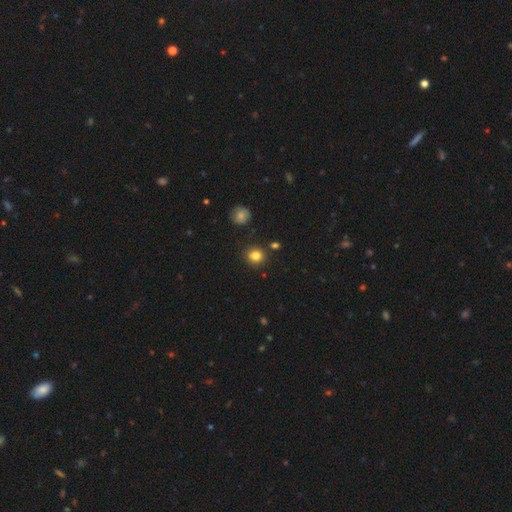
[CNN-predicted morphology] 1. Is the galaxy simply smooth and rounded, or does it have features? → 82% smooth, 12% star or artifact, 6% featured or disk.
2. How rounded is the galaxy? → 87% round, 12% in between, 1% cigar-shaped.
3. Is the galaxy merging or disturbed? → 87% none, 7% minor disturbance, 3% merger, 2% major disturbance.